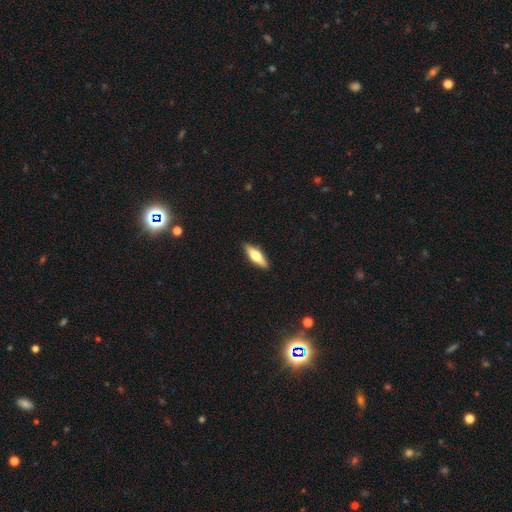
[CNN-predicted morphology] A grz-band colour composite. It shows a smooth galaxy with no disk features (50%) that is cigar-shaped (53%). Merging: none (90%).